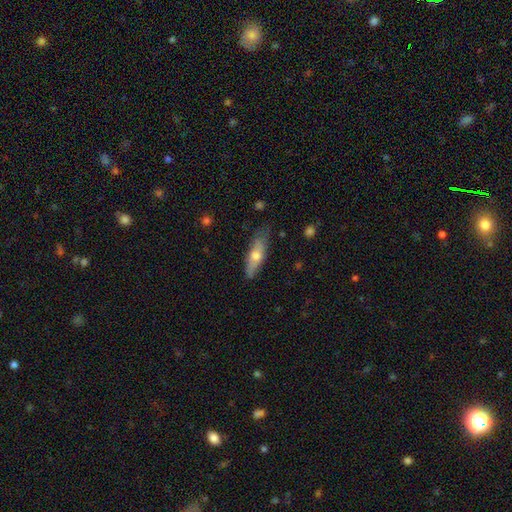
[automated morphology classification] smooth 57%, featured or disk 37%, star or artifact 6%. Down the decision tree: how rounded — cigar-shaped (56%); merging — none (71%).